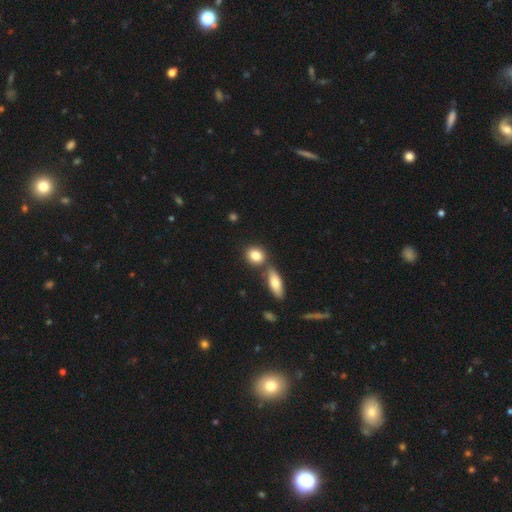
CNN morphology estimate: This appears to be a smooth galaxy with no disk features (83%) that is round (48%, tied with in between). Merging: none (60%).